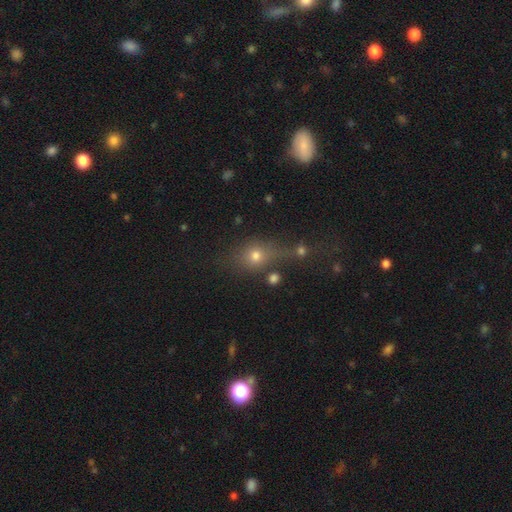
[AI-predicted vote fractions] smooth 57%, star or artifact 26%, featured or disk 17%. Down the decision tree: how rounded — round (55%); merging — none (50%).